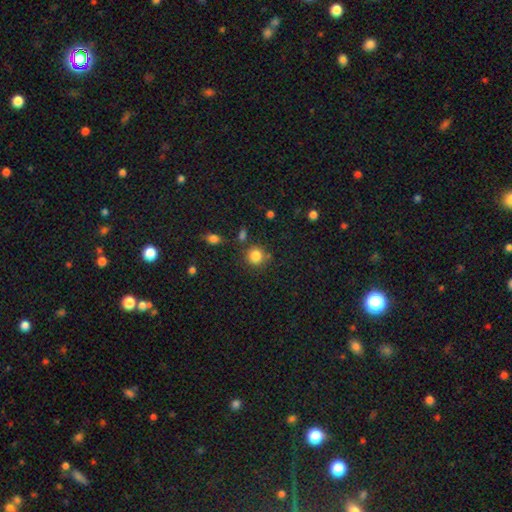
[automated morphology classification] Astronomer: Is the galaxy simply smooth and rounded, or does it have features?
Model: smooth — 84%.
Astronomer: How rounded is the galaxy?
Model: round — 88%.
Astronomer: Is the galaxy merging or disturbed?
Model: none — 77%.